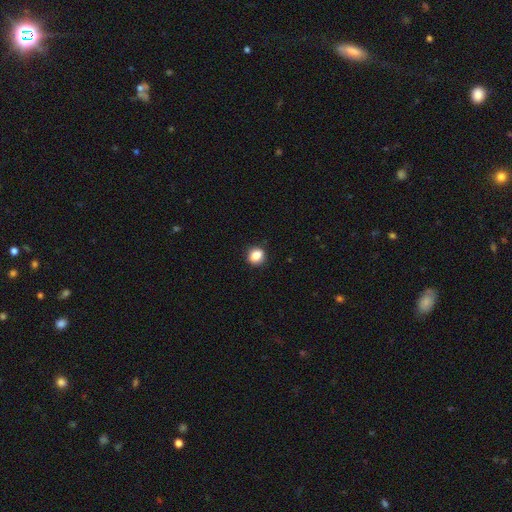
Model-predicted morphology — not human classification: Overall: smooth (84%). How rounded: round (74%). Merging: none (88%).